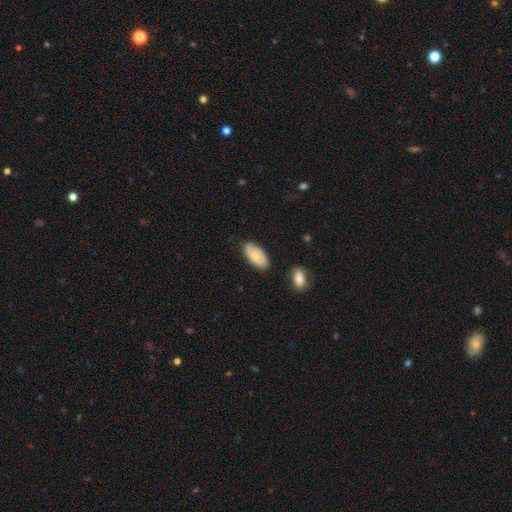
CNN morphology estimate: The model was most divided on "smooth or featured": smooth: 69%, featured or disk: 25%, star or artifact: 6%. More confident: how rounded — in between (94%); merging — none (76%).